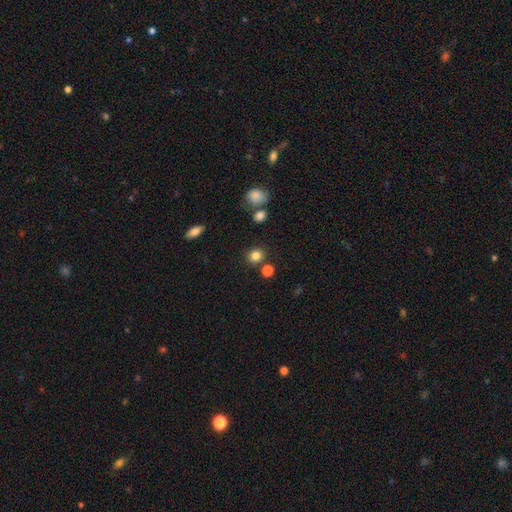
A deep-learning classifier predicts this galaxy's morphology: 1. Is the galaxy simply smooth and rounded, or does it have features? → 82% smooth, 13% star or artifact, 5% featured or disk.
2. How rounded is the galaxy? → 84% round, 15% in between, 1% cigar-shaped.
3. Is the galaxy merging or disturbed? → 81% none, 8% minor disturbance, 8% merger, 3% major disturbance.